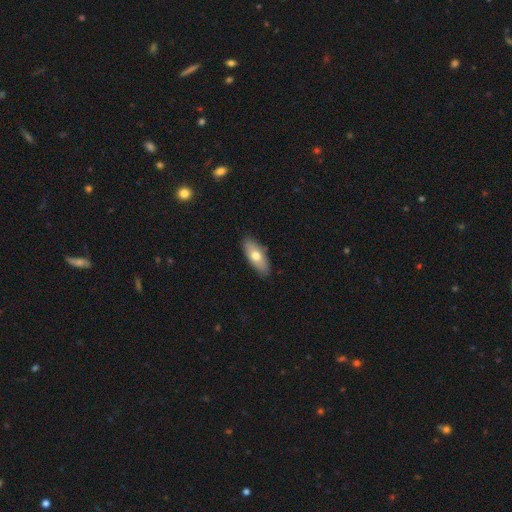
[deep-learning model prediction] Smooth or featured: smooth — 67% (featured or disk — 27%)
How rounded: in between — 80% (cigar-shaped — 17%)
Merging: none — 87% (minor disturbance — 10%)